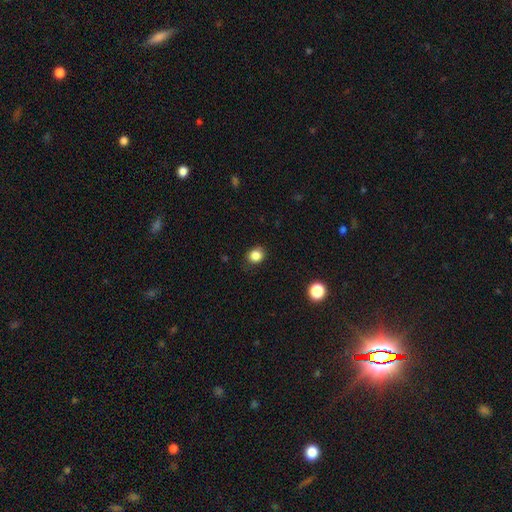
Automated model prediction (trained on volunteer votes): smooth-or-featured: smooth: 85% | star or artifact: 11% | featured or disk: 4%
  how-rounded: round: 71% | in between: 28% | cigar-shaped: 1%
  merging: none: 83% | minor disturbance: 13% | major disturbance: 3% | merger: 1%